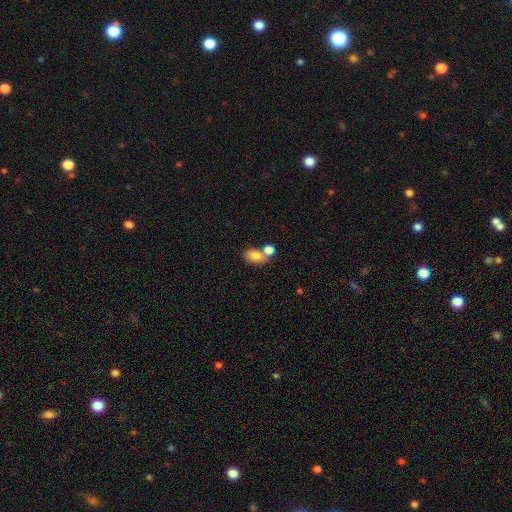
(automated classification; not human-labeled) smooth-or-featured: smooth: 80% | featured or disk: 10% | star or artifact: 10%
  how-rounded: in between: 75% | round: 23% | cigar-shaped: 1%
  merging: none: 43% | merger: 41% | minor disturbance: 12% | major disturbance: 5%